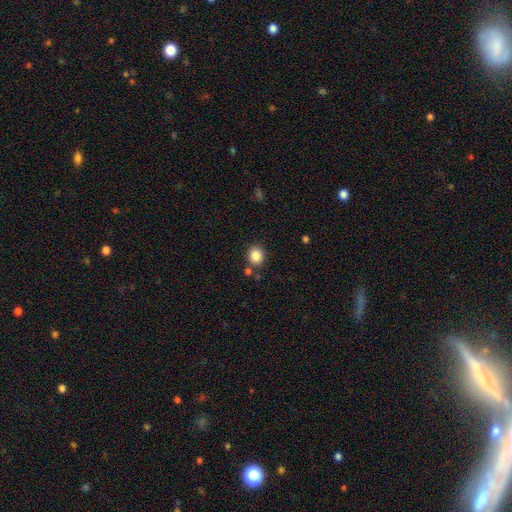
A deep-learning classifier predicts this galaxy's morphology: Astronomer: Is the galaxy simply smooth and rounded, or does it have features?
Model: smooth — 85%.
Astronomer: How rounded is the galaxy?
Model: round — 78%.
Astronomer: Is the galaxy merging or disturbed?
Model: none — 83%.